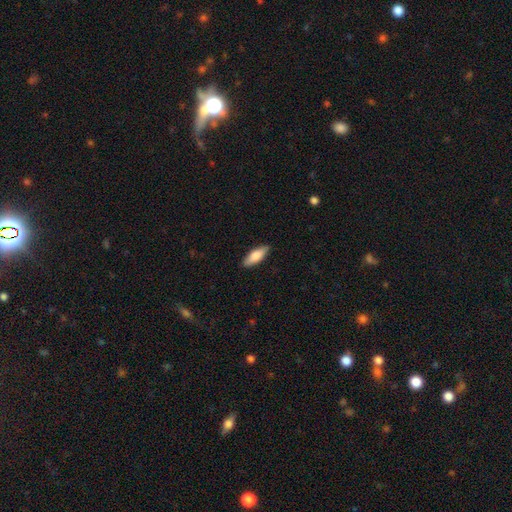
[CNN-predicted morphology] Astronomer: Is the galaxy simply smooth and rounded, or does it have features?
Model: smooth — 78%.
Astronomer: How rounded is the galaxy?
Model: in between — 64%.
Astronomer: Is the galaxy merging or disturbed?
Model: none — 88%.